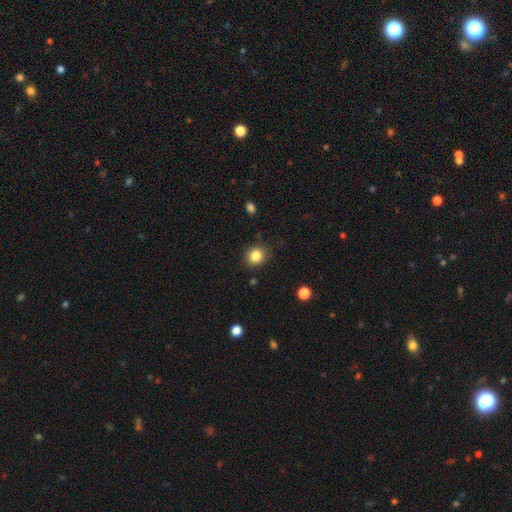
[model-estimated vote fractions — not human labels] This is clearly a smooth galaxy (84%). How rounded: clearly round (83%). Merging: clearly none (84%).